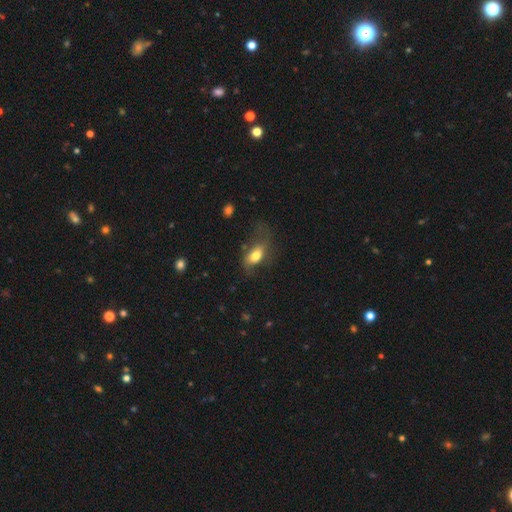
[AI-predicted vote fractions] Overall: smooth (72%). How rounded: in between (86%). Merging: none (38%; major disturbance 32%).